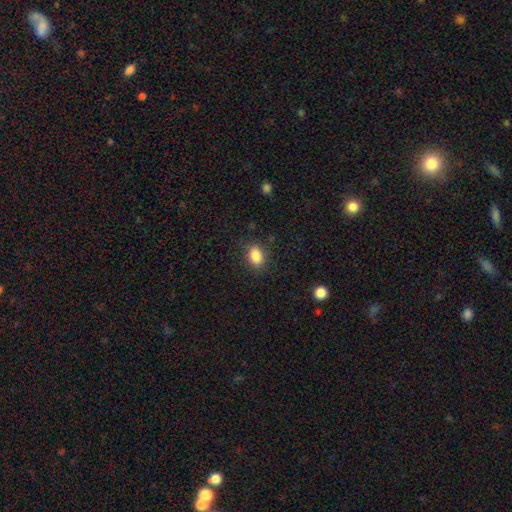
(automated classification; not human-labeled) Overall: smooth (87%). How rounded: in between (80%). Merging: none (85%).